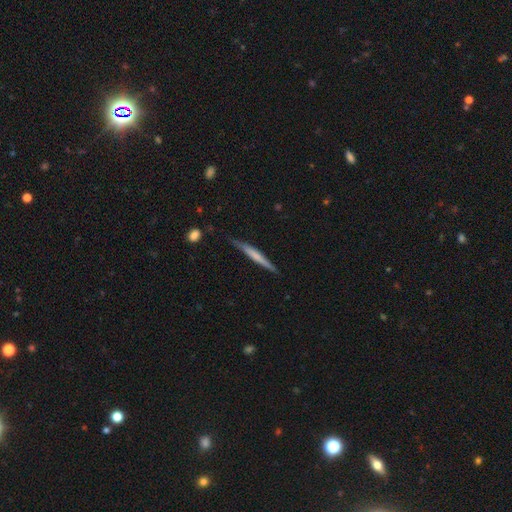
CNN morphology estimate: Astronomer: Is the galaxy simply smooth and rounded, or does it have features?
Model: smooth — 48% (runner-up: featured or disk, 47%).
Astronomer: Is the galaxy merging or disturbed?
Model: none — 81%.